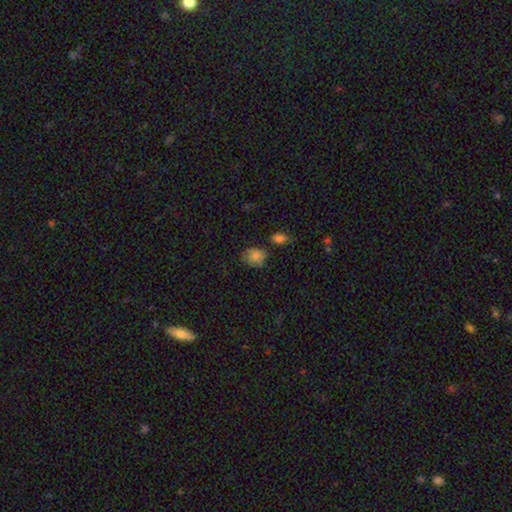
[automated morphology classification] type=smooth (80%); roundness=round (57%); merging=none (66%).